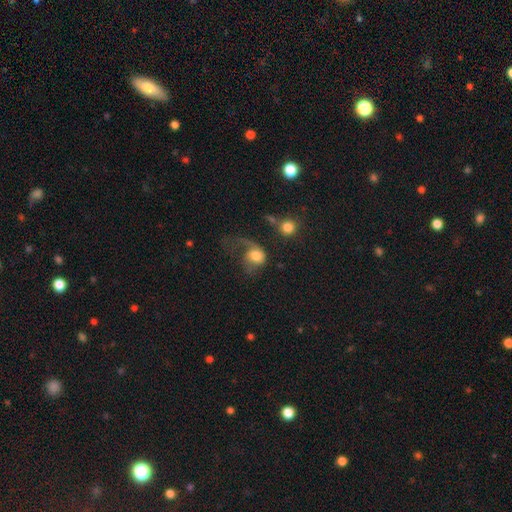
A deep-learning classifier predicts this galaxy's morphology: Smooth or featured?
  - featured or disk: 47% *
  - smooth: 45%
  - star or artifact: 8%
Merging?
  - major disturbance: 55% *
  - none: 23%
  - minor disturbance: 15%
  - merger: 7%